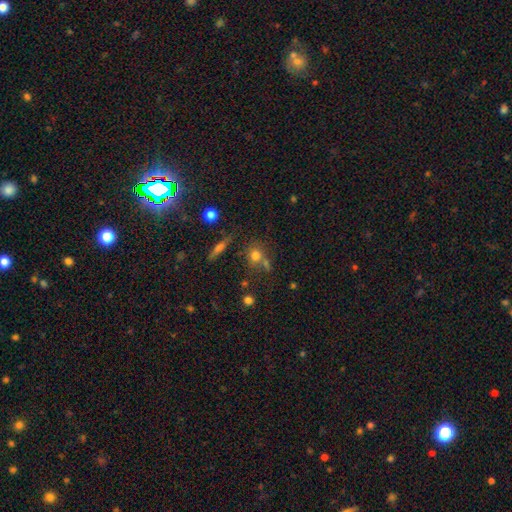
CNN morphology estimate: A smooth galaxy with no disk features (72%) that is round (76%).

Vote fractions:
- Smooth or featured? smooth: 72% / star or artifact: 15% / featured or disk: 13%
- How rounded? round: 76% / in between: 20% / cigar-shaped: 3%
- Merging? none: 60% / merger: 22% / minor disturbance: 13% / major disturbance: 6%